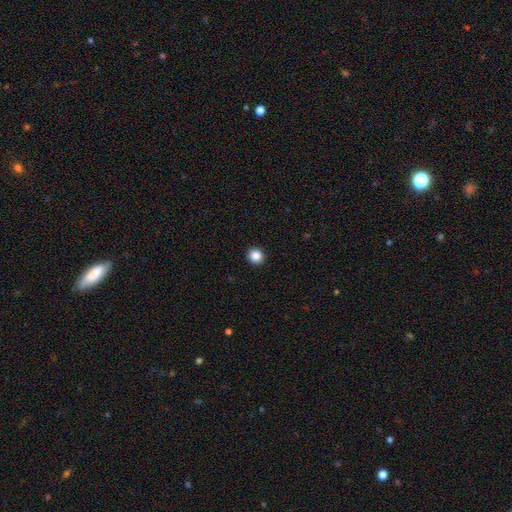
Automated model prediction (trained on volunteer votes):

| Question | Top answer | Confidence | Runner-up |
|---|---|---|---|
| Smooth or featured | smooth | 86% | star or artifact (10%) |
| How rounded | round | 90% | in between (9%) |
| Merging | none | 93% | minor disturbance (4%) |